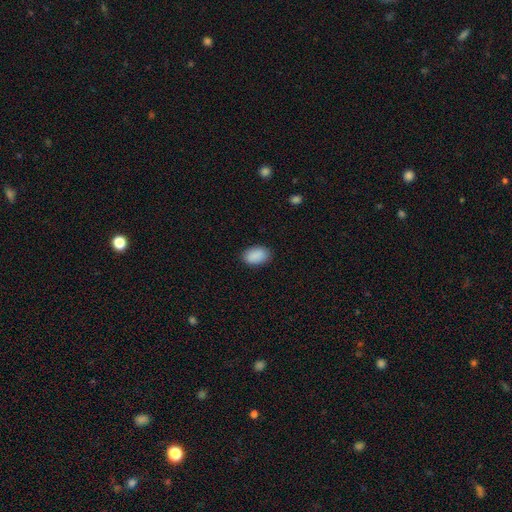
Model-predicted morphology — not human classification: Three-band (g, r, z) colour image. It shows a smooth galaxy with no disk features (90%) that is in between round and cigar-shaped (90%). Merging: none (87%).